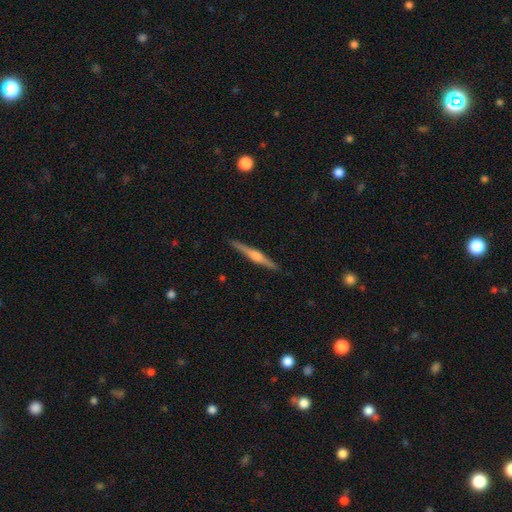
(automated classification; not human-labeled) Smooth or featured? featured or disk (77%)
Edge-on disk? yes (98%)
Edge-on bulge? rounded (80%)
Merging? none (92%)